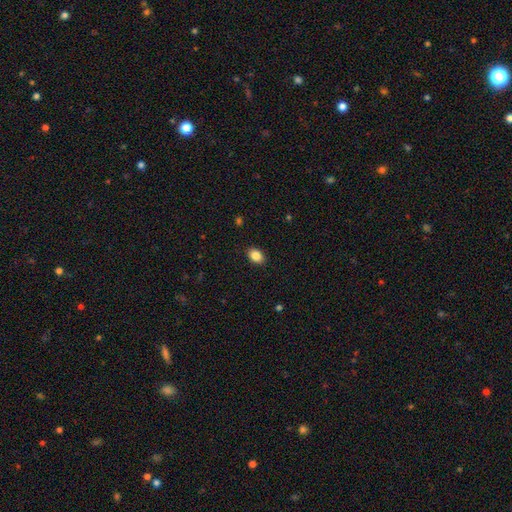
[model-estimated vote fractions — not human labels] Smooth or featured? Predicted: smooth (p=0.86). How rounded? Predicted: in between (p=0.74). Merging? Predicted: none (p=0.89).